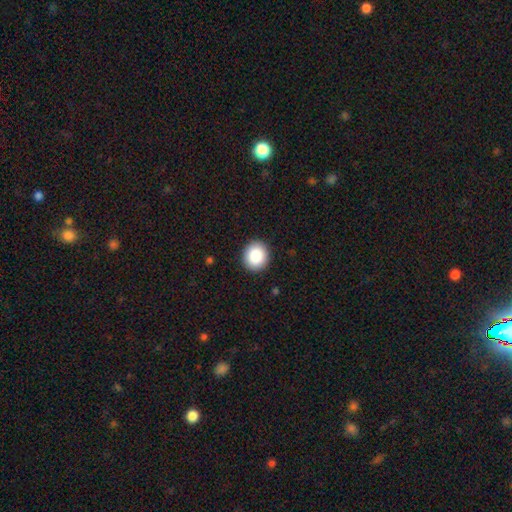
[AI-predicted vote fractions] A smooth galaxy with no disk features (88%) that is round (83%).

Vote fractions:
- Smooth or featured? smooth: 88% / star or artifact: 9% / featured or disk: 4%
- How rounded? round: 83% / in between: 16% / cigar-shaped: 1%
- Merging? none: 91% / minor disturbance: 6% / major disturbance: 2% / merger: 1%